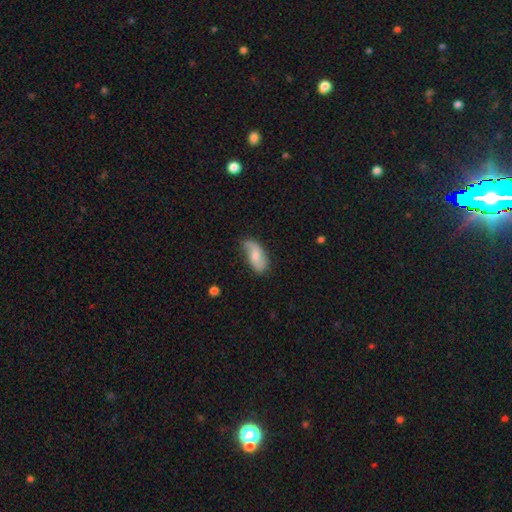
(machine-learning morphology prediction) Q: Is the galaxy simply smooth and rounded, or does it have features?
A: smooth — 48%.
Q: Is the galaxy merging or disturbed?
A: none — 58%.